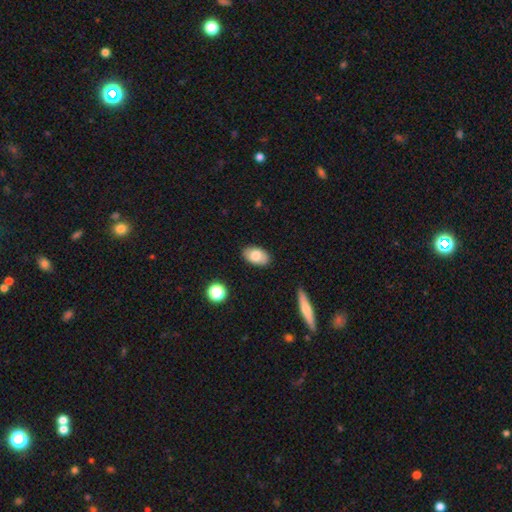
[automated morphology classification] Smooth or featured?
  - smooth: 79% *
  - featured or disk: 14%
  - star or artifact: 7%
How rounded?
  - in between: 92% *
  - round: 6%
  - cigar-shaped: 2%
Merging?
  - none: 86% *
  - minor disturbance: 11%
  - major disturbance: 2%
  - merger: 1%